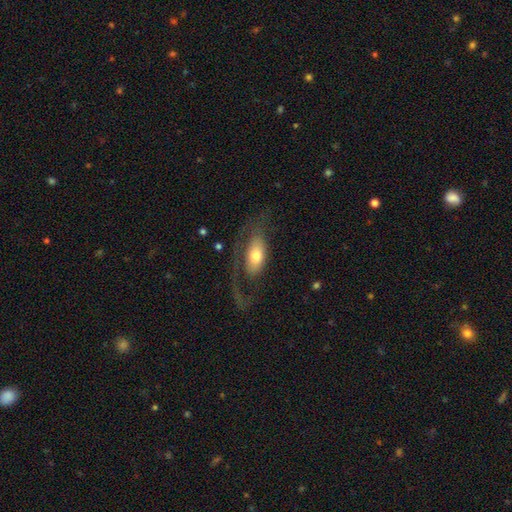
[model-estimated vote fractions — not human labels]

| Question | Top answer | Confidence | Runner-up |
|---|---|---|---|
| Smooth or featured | smooth | 47% | featured or disk (46%) |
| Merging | none | 44% | major disturbance (38%) |